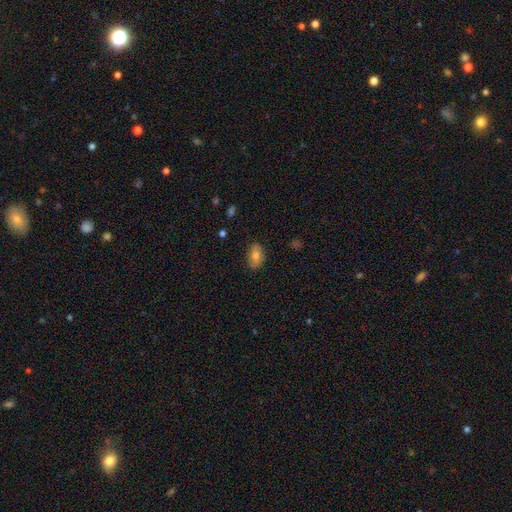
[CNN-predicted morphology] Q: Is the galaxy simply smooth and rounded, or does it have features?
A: smooth — 72%.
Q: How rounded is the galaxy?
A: in between — 86%.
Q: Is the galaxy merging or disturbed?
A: none — 83%.